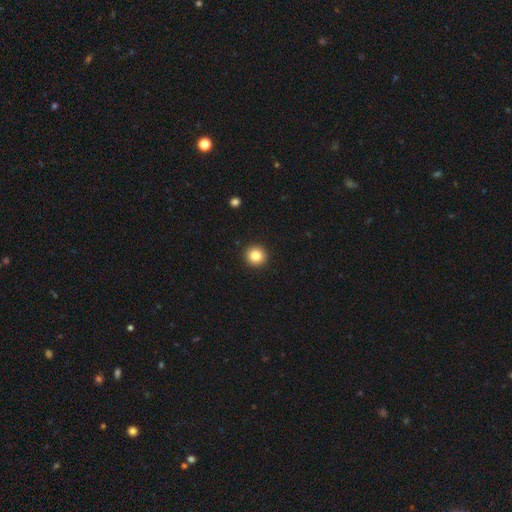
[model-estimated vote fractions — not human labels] This appears to be a smooth galaxy with no disk features (84%) that is round (94%). Merging: none (93%).